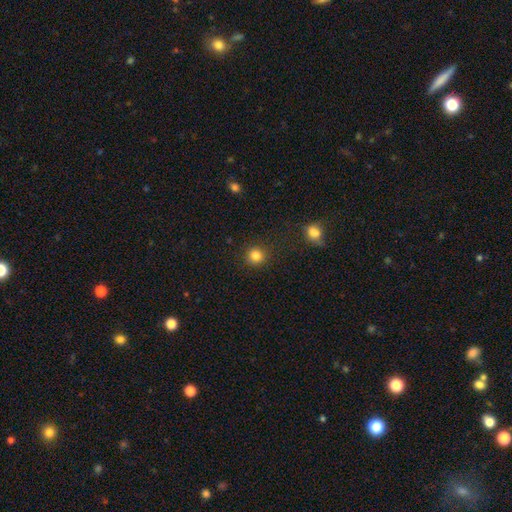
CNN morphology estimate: Smooth or featured? Predicted: smooth (p=0.84). How rounded? Predicted: round (p=0.90). Merging? Predicted: none (p=0.88).